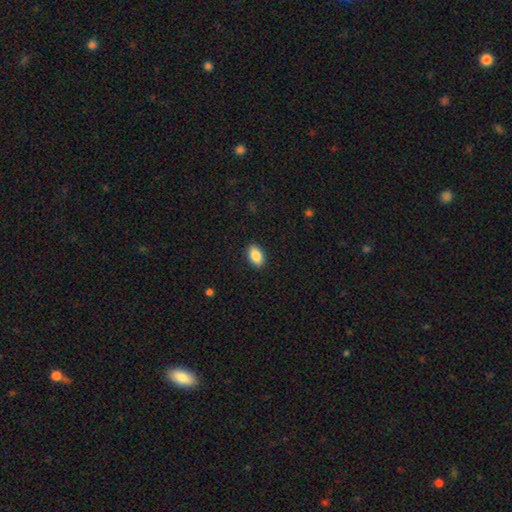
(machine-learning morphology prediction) A smooth galaxy with no disk features (87%) that is in between round and cigar-shaped (91%). Merging: none (90%).